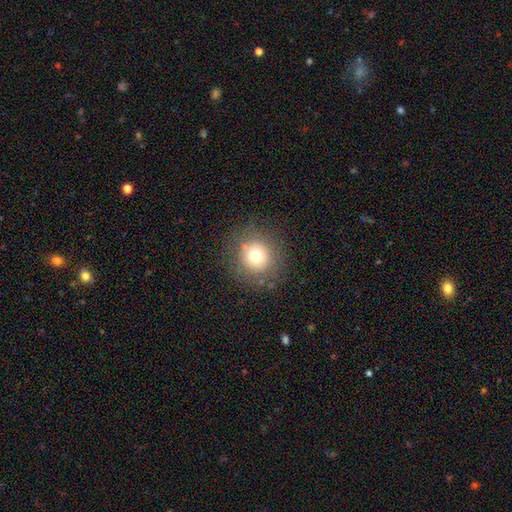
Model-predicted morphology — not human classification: This is likely a smooth galaxy (71%). How rounded: clearly round (92%). Merging: clearly none (83%).